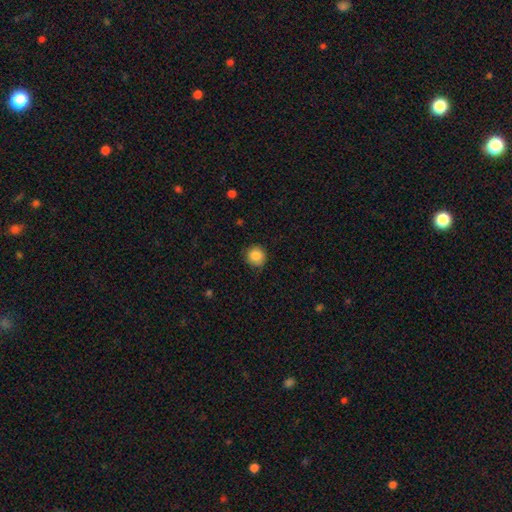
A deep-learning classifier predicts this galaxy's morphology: smooth_or_featured: smooth (p=0.86) [alt: star or artifact p=0.09]
how_rounded: round (p=0.92) [alt: in between p=0.08]
merging: none (p=0.87) [alt: minor disturbance p=0.10]